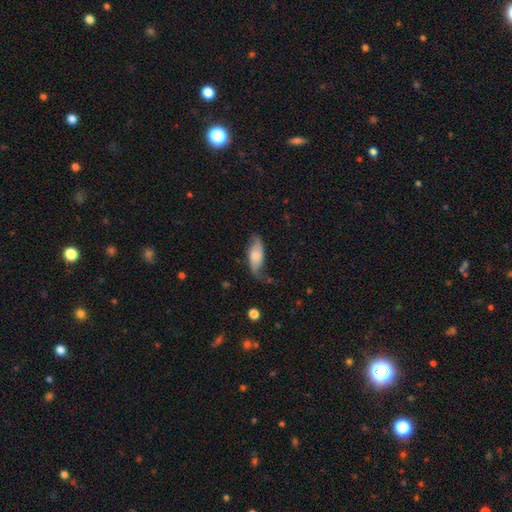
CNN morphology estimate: Smooth or featured?
  - smooth: 47% *
  - featured or disk: 46%
  - star or artifact: 7%
Merging?
  - none: 55% *
  - minor disturbance: 29%
  - major disturbance: 13%
  - merger: 2%